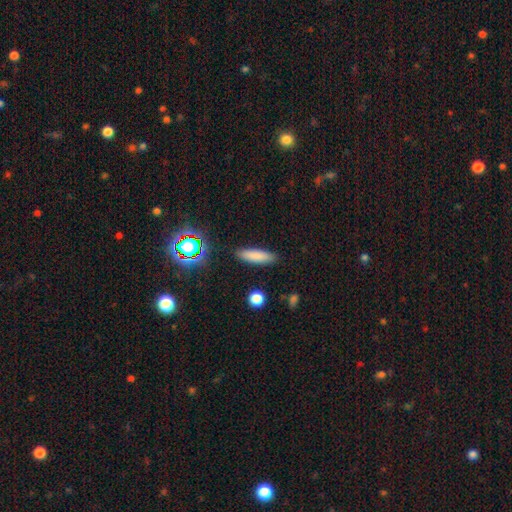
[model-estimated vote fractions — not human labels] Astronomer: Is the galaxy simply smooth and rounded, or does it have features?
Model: smooth — 81%.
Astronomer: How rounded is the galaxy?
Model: cigar-shaped — 68%.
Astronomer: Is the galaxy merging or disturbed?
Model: none — 88%.